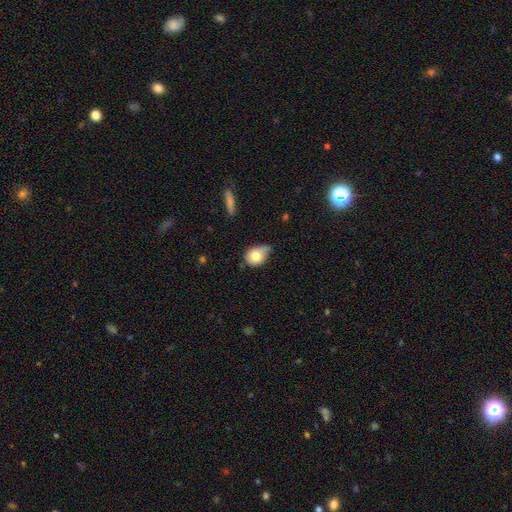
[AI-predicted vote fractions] Q: Smooth or featured?
A: smooth (79%); runner-up: featured or disk (13%)
Q: How rounded?
A: in between (62%); runner-up: round (36%)
Q: Merging?
A: minor disturbance (49%); runner-up: none (31%)